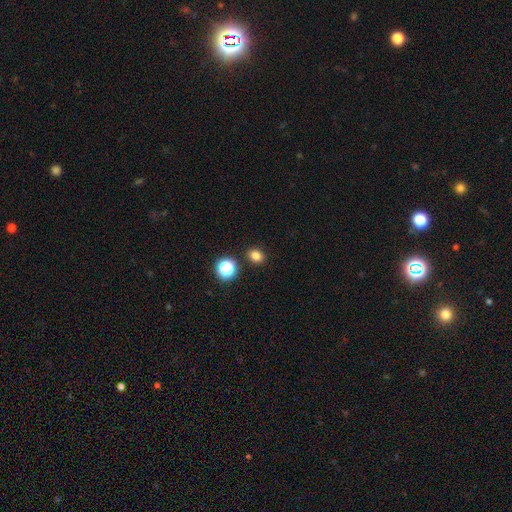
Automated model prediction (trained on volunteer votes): A smooth galaxy with no disk features (79%) that is round (52%).

Vote fractions:
- Smooth or featured? smooth: 79% / star or artifact: 16% / featured or disk: 5%
- How rounded? round: 52% / in between: 47% / cigar-shaped: 1%
- Merging? none: 86% / minor disturbance: 8% / merger: 4% / major disturbance: 2%